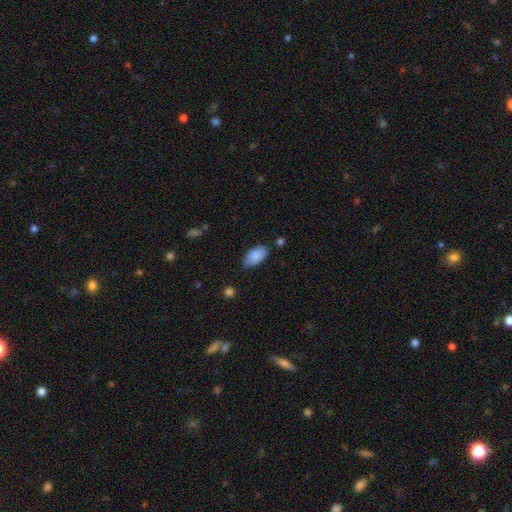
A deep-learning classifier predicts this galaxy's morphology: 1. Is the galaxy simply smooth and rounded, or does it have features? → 87% smooth, 6% star or artifact, 6% featured or disk.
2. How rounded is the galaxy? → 95% in between, 3% round, 3% cigar-shaped.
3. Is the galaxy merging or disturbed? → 77% none, 18% minor disturbance, 3% major disturbance, 2% merger.